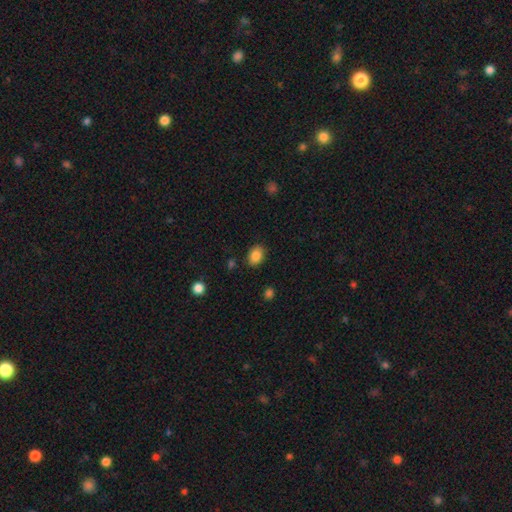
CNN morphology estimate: Smooth or featured?
  - smooth: 86% *
  - star or artifact: 9%
  - featured or disk: 5%
How rounded?
  - in between: 70% *
  - round: 29%
  - cigar-shaped: 1%
Merging?
  - none: 85% *
  - minor disturbance: 11%
  - major disturbance: 3%
  - merger: 2%